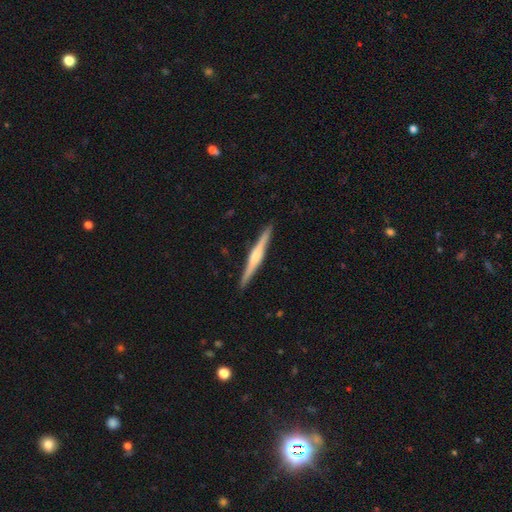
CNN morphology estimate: Smooth or featured?
  - featured or disk: 72% *
  - smooth: 24%
  - star or artifact: 5%
Edge-on disk?
  - yes: 98% *
  - no: 2%
Edge-on bulge?
  - rounded: 70% *
  - boxy: 17%
  - none: 13%
Merging?
  - none: 92% *
  - minor disturbance: 6%
  - major disturbance: 1%
  - merger: 1%